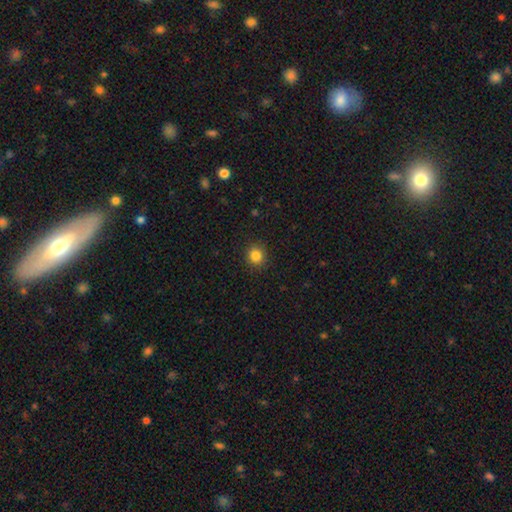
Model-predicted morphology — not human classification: A smooth galaxy with no disk features (84%) that is round (88%). Merging: none (91%).